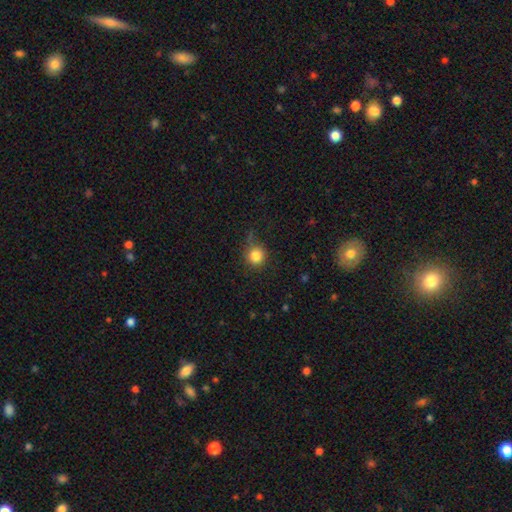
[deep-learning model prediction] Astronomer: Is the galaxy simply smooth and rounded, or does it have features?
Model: smooth — 83%.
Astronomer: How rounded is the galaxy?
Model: round — 93%.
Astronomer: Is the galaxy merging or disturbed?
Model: none — 70%.